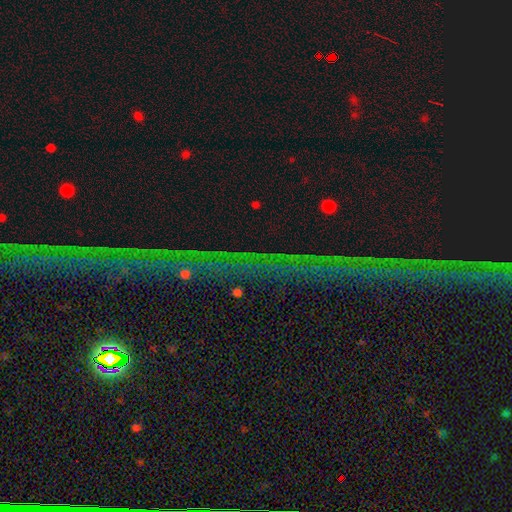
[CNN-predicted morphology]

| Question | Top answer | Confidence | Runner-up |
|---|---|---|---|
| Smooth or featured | star or artifact | 76% | featured or disk (13%) |